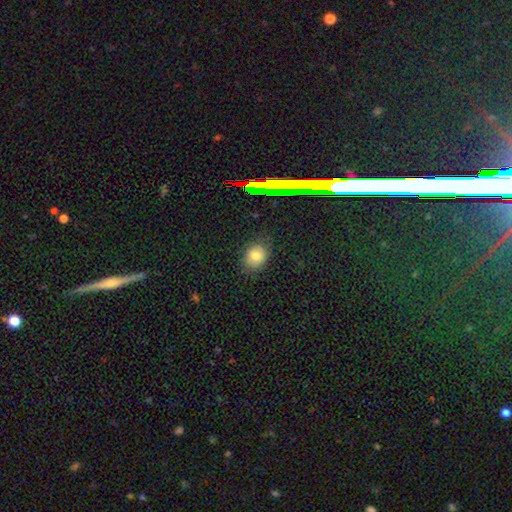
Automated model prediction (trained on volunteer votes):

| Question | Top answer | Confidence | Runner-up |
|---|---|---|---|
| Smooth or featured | smooth | 74% | star or artifact (16%) |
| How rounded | round | 55% | in between (44%) |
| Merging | none | 78% | minor disturbance (16%) |